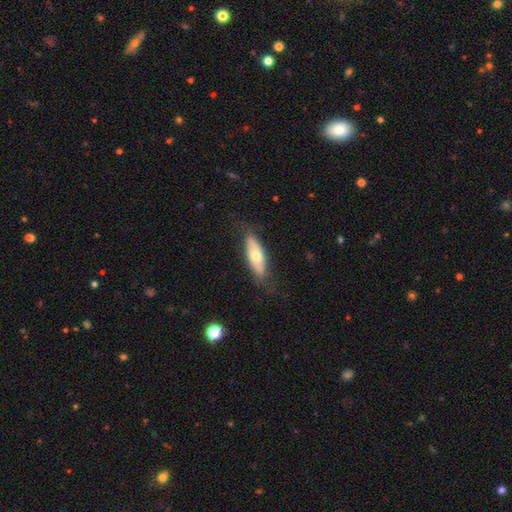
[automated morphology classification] The model was most divided on "smooth or featured": smooth: 57%, featured or disk: 37%, star or artifact: 6%. More confident: merging — none (78%); how rounded — in between (66%).